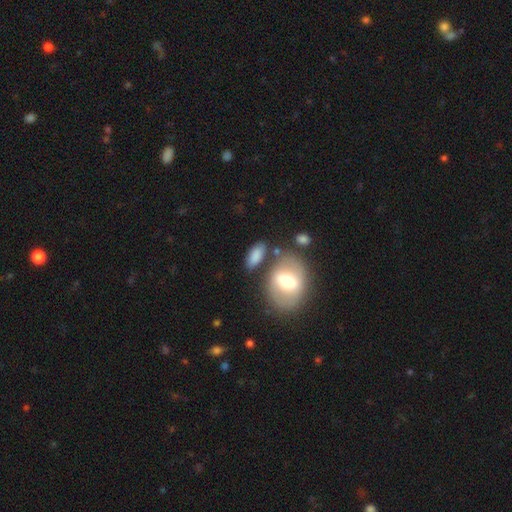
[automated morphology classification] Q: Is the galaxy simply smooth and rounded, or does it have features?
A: smooth — 79%.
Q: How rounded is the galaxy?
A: in between — 83%.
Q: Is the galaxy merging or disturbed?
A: none — 66%.